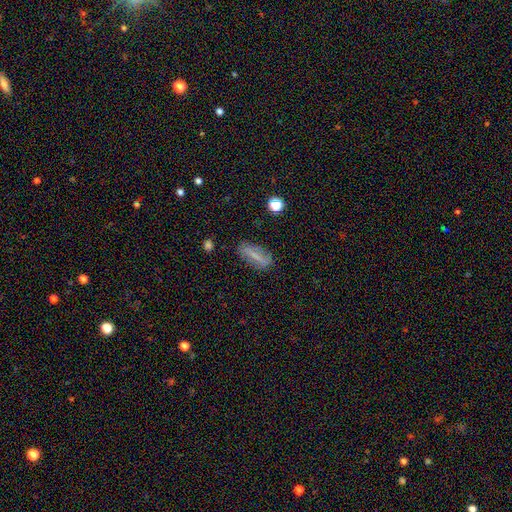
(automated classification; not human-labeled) This appears to be a smooth galaxy with no disk features (54%) that is in between round and cigar-shaped (57%). Merging: none (79%).